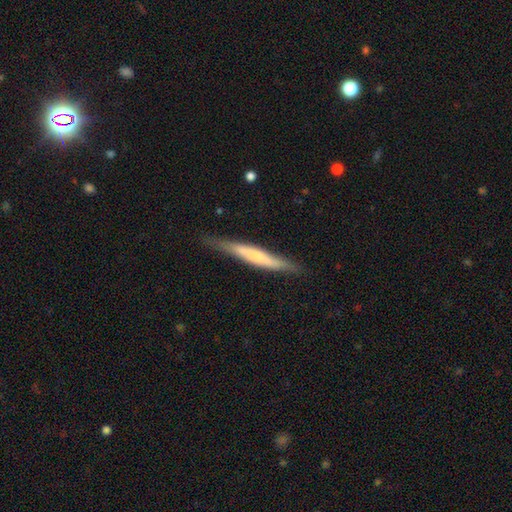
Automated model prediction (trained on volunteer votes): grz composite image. It shows a featured or disk galaxy (57%) viewed edge-on (94%) with no central bulge (46%). Merging: none (83%).